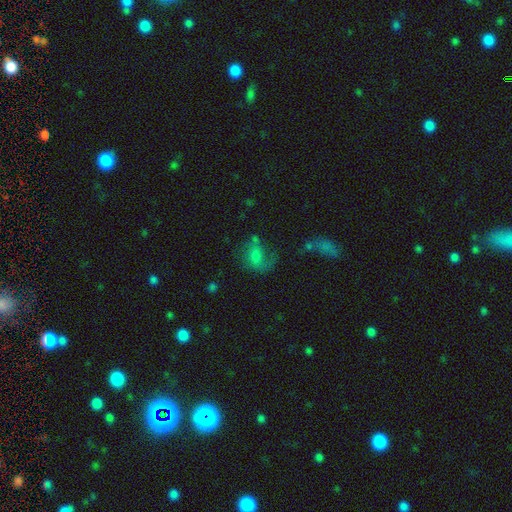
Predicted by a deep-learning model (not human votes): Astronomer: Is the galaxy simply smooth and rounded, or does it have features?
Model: smooth — 47% (runner-up: featured or disk, 39%).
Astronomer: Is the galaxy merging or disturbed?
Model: none — 39% (runner-up: major disturbance, 32%).